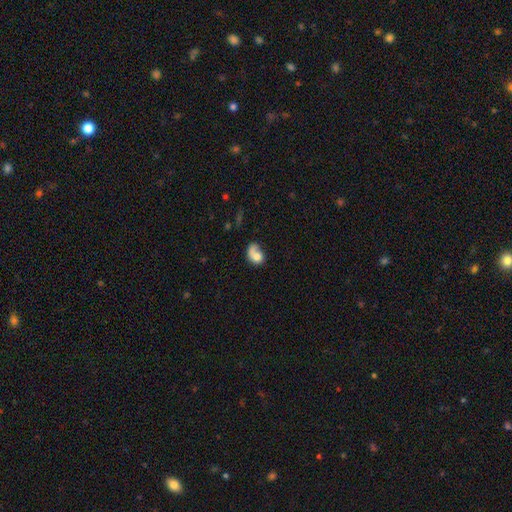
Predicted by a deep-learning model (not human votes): A smooth galaxy with no disk features (68%) that is in between round and cigar-shaped (65%). Merging: none (29%).